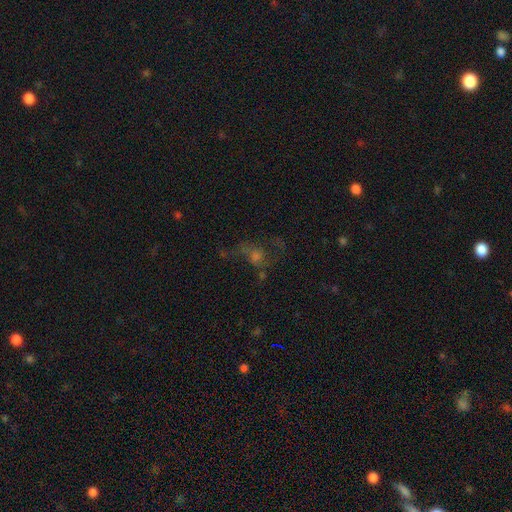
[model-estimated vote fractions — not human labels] Smooth or featured?
  - featured or disk: 36% *
  - smooth: 33%
  - star or artifact: 31%
Merging?
  - none: 42% *
  - major disturbance: 34%
  - minor disturbance: 17%
  - merger: 7%